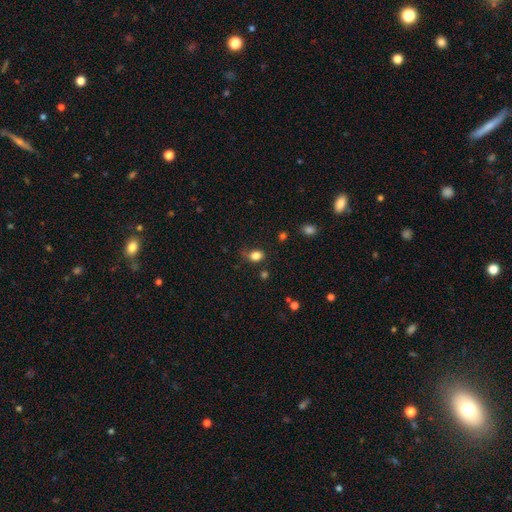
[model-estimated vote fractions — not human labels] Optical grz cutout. It shows a smooth galaxy with no disk features (83%) that is in between round and cigar-shaped (59%). Merging: none (70%).